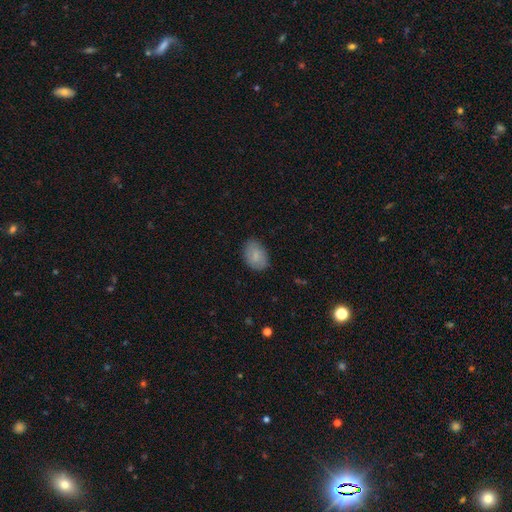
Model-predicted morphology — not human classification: Q: Smooth or featured?
A: smooth (78%); runner-up: featured or disk (15%)
Q: How rounded?
A: in between (82%); runner-up: round (16%)
Q: Merging?
A: none (80%); runner-up: minor disturbance (16%)